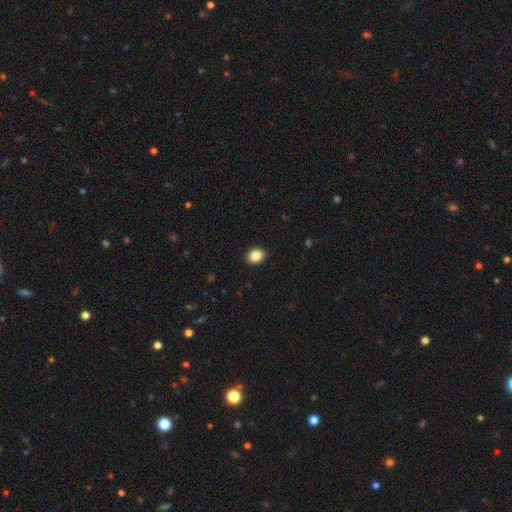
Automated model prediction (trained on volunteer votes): The model was most divided on "how rounded": in between: 54%, round: 45%, cigar-shaped: 1%. More confident: merging — none (91%); smooth or featured — smooth (87%).